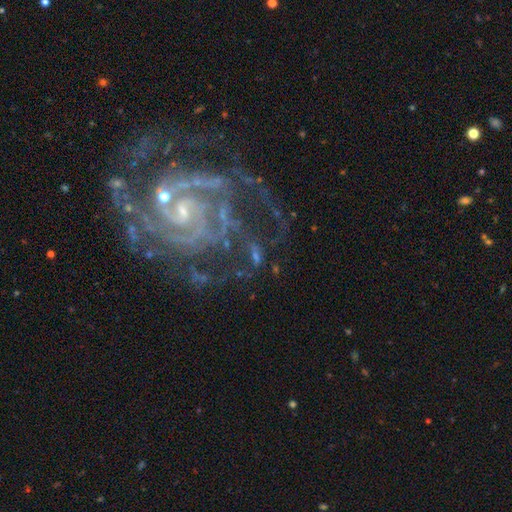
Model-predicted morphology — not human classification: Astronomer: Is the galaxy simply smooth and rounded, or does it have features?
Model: featured or disk — 73%.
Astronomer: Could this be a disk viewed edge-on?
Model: no — 97%.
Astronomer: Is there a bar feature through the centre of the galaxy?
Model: no — 42% (runner-up: weak, 36%).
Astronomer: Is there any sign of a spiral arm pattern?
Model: yes — 91%.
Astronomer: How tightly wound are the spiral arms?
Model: tight — 56% (runner-up: medium, 33%).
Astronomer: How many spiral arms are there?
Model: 2 — 28% (runner-up: can't tell, 27%).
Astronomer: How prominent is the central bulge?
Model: small — 61%.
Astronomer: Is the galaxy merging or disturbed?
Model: none — 56%.